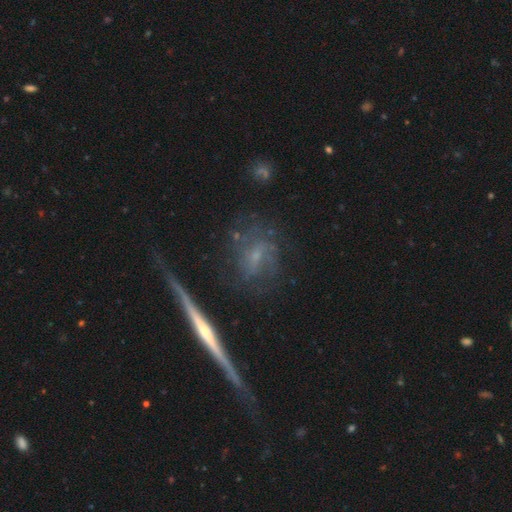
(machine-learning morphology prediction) smooth-or-featured: featured or disk: 66% | smooth: 21% | star or artifact: 13%
  disk-edge-on: no: 63% | yes: 37%
  merging: none: 64% | minor disturbance: 19% | major disturbance: 13% | merger: 4%